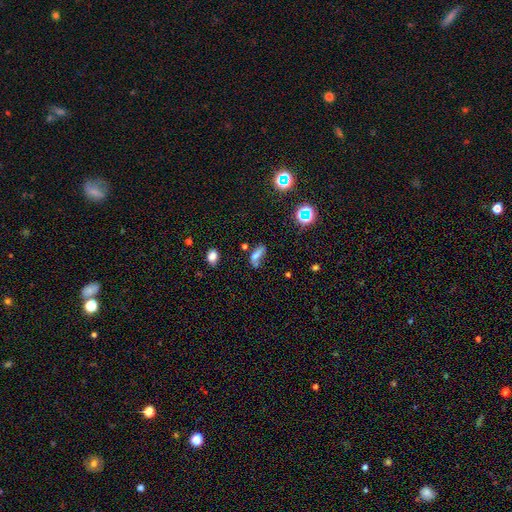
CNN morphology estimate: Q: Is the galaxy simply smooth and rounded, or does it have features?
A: smooth — 57%.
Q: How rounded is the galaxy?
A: in between — 65%.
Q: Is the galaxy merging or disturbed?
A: none — 44%.